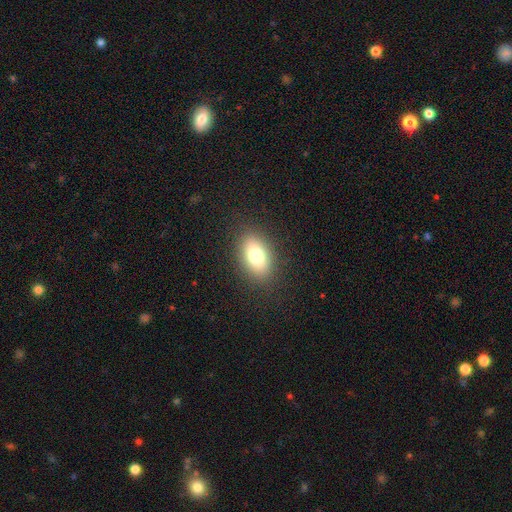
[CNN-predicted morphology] A smooth galaxy with no disk features (76%) that is in between round and cigar-shaped (85%).

Vote fractions:
- Smooth or featured? smooth: 76% / featured or disk: 14% / star or artifact: 10%
- How rounded? in between: 85% / round: 12% / cigar-shaped: 2%
- Merging? none: 86% / minor disturbance: 9% / major disturbance: 4% / merger: 1%